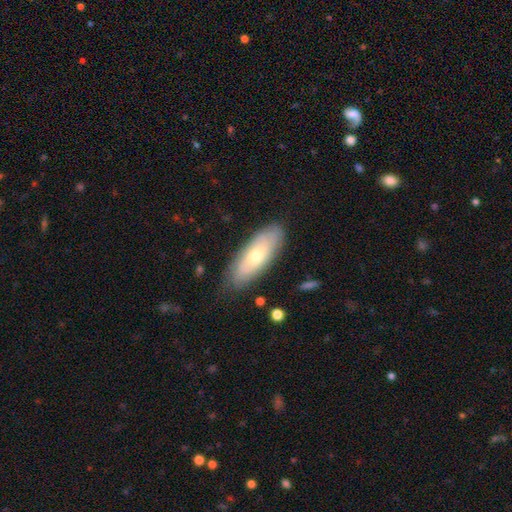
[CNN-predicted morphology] A smooth galaxy with no disk features (49%). Merging: none (79%).